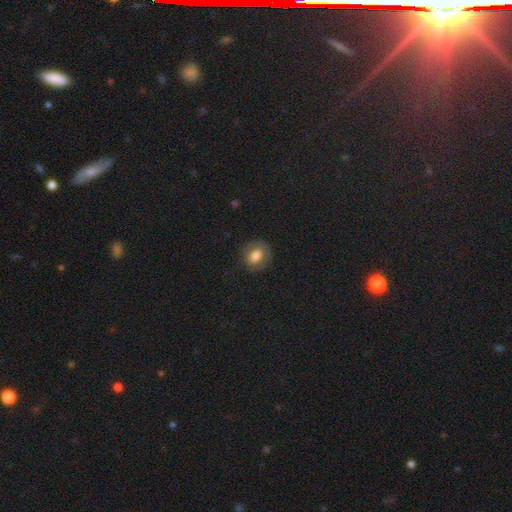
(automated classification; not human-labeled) This appears to be a smooth galaxy with no disk features (71%) that is round (56%). Merging: none (79%).